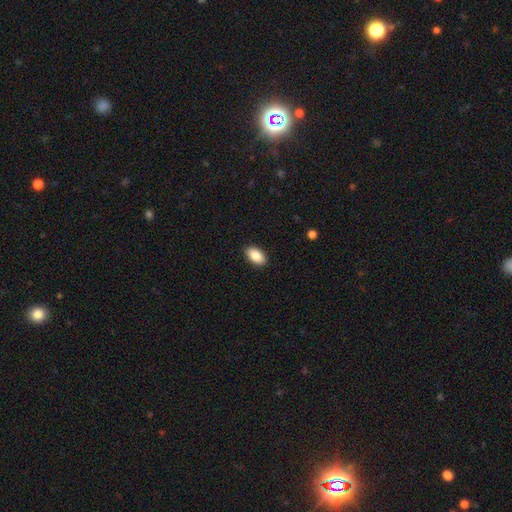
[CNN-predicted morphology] Smooth or featured?
  - smooth: 89% *
  - star or artifact: 7%
  - featured or disk: 4%
How rounded?
  - in between: 94% *
  - round: 4%
  - cigar-shaped: 2%
Merging?
  - none: 90% *
  - minor disturbance: 8%
  - major disturbance: 2%
  - merger: 1%